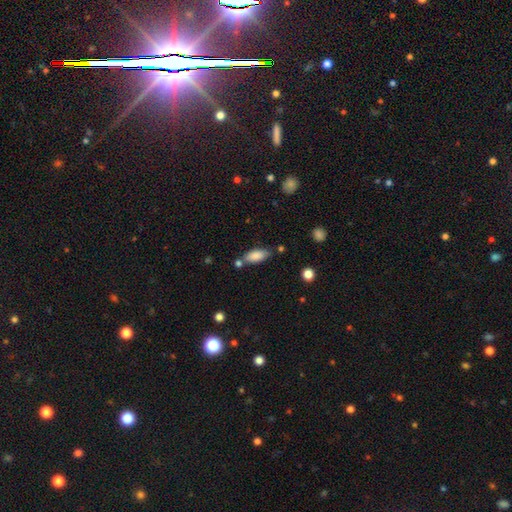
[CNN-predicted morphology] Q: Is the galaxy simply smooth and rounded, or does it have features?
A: smooth — 85%.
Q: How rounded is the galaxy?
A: in between — 81%.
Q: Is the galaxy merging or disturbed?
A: none — 64%.